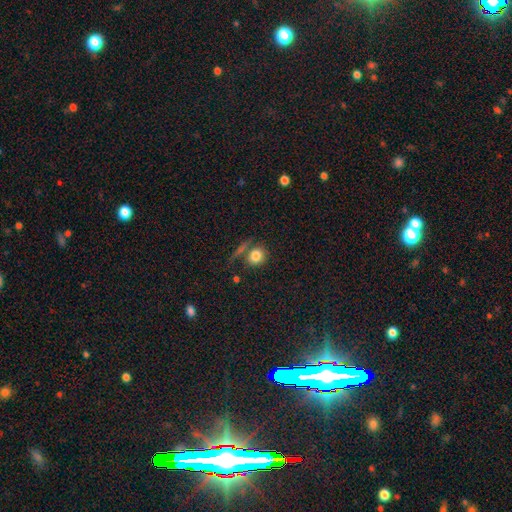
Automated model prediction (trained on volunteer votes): This is clearly a smooth galaxy (81%). How rounded: likely round (70%). Merging: likely none (64%).